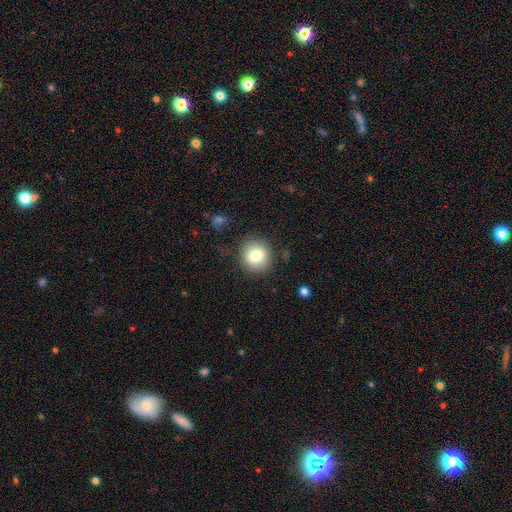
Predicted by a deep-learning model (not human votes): Overall: smooth (80%). How rounded: round (90%). Merging: none (86%).